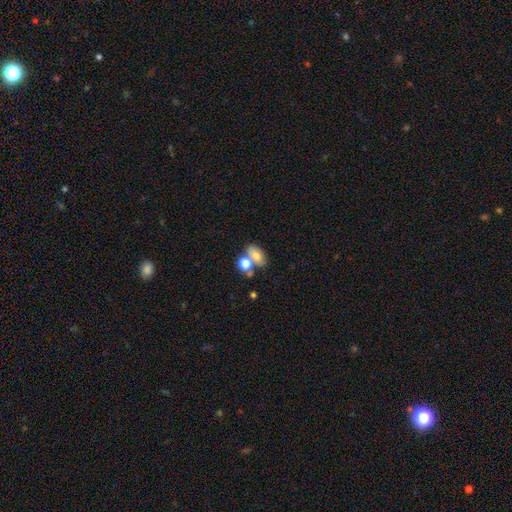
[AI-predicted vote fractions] Smooth or featured: smooth — 72% (featured or disk — 17%)
How rounded: in between — 79% (round — 18%)
Merging: none — 44% (merger — 40%)